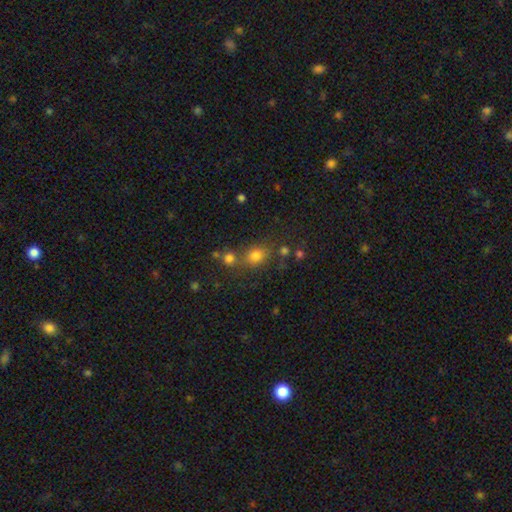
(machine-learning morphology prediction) Smooth or featured: smooth — 74% (star or artifact — 17%)
How rounded: round — 59% (in between — 40%)
Merging: none — 57% (merger — 25%)